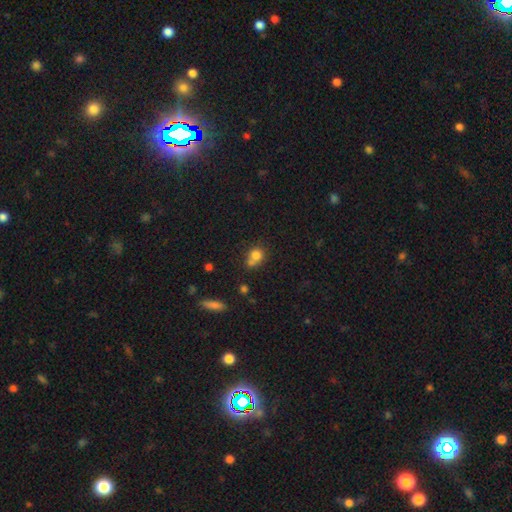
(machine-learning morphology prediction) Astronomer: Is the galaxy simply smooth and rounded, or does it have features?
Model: smooth — 77%.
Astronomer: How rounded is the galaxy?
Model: round — 73%.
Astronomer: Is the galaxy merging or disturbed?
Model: none — 41% (runner-up: merger, 39%).